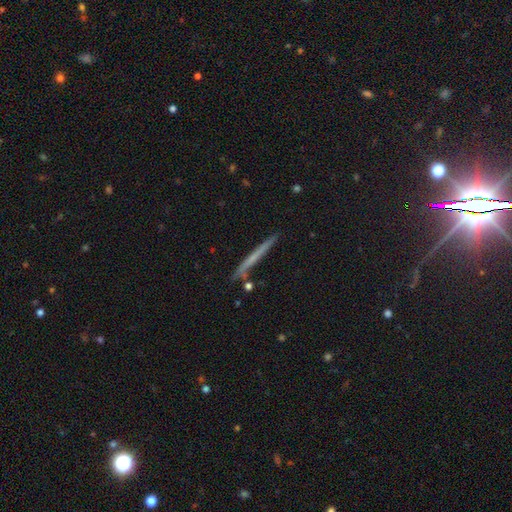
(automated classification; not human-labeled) Smooth or featured? Predicted: featured or disk (p=0.49). Merging? Predicted: none (p=0.87).